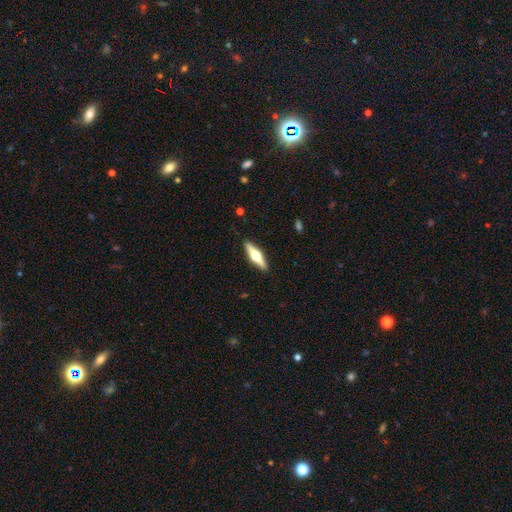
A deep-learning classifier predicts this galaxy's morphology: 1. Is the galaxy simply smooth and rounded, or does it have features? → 65% featured or disk, 30% smooth, 5% star or artifact.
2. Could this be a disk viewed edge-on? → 96% yes, 4% no.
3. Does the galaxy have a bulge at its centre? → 96% rounded, 2% boxy, 1% none.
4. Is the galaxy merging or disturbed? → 91% none, 7% minor disturbance, 1% major disturbance, 1% merger.